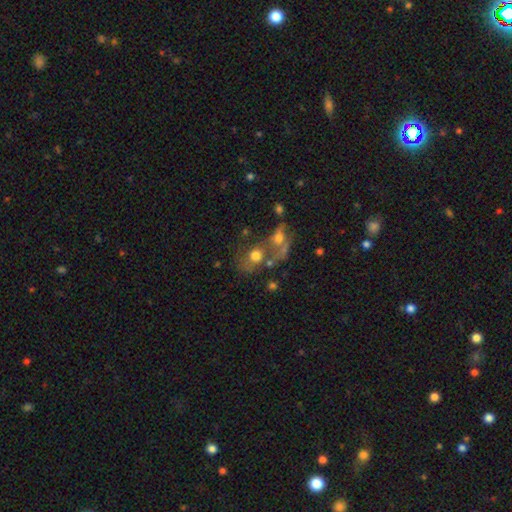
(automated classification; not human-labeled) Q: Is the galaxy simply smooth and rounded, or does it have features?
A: smooth — 60%.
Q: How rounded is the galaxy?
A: round — 61%.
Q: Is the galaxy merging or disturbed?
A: merger — 53%.